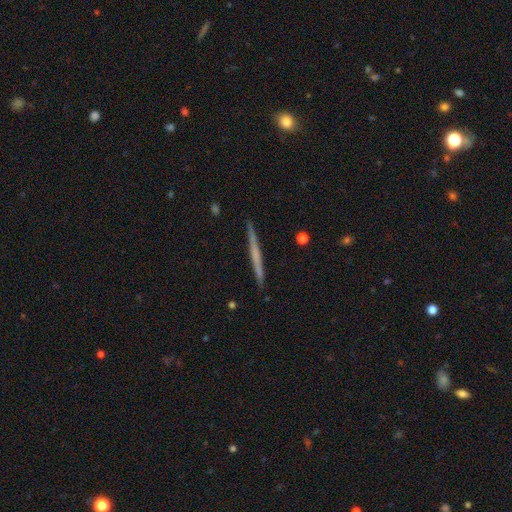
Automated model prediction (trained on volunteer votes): Smooth or featured?
  - featured or disk: 55% *
  - smooth: 39%
  - star or artifact: 6%
Edge-on disk?
  - yes: 98% *
  - no: 2%
Edge-on bulge?
  - none: 84% *
  - rounded: 11%
  - boxy: 5%
Merging?
  - none: 92% *
  - minor disturbance: 6%
  - major disturbance: 1%
  - merger: 1%